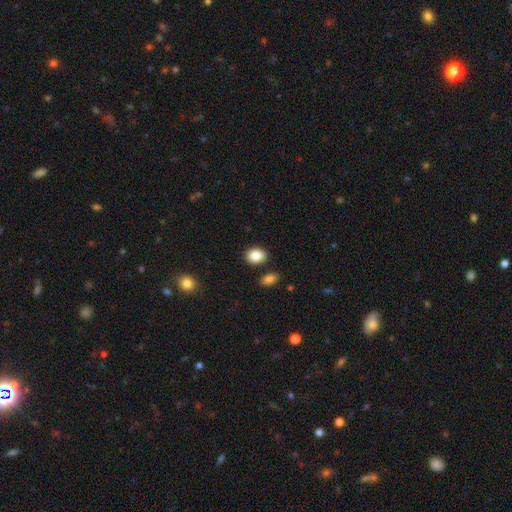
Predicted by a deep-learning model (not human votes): Smooth or featured? smooth (86%)
How rounded? in between (54%)
Merging? none (84%)